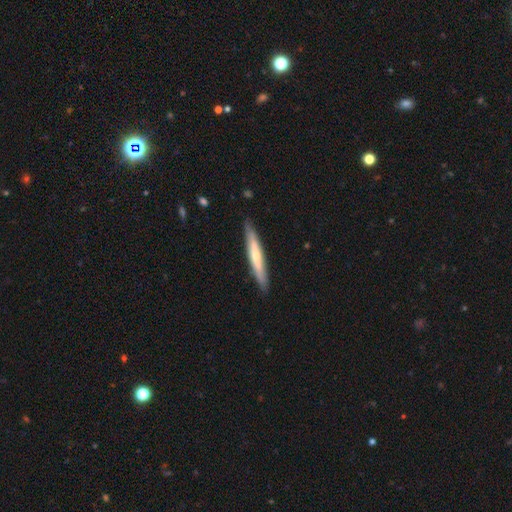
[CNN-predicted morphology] type=featured or disk (52%); edge-on=yes (91%); merging=none (88%).